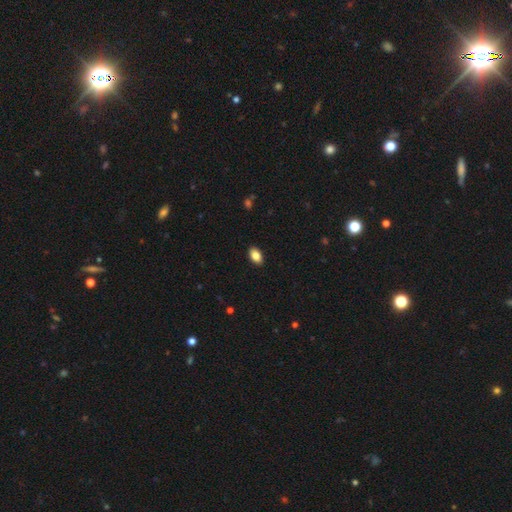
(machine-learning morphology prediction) smooth-or-featured: smooth: 86% | star or artifact: 8% | featured or disk: 6%
  how-rounded: in between: 91% | round: 7% | cigar-shaped: 2%
  merging: none: 90% | minor disturbance: 7% | major disturbance: 2% | merger: 1%